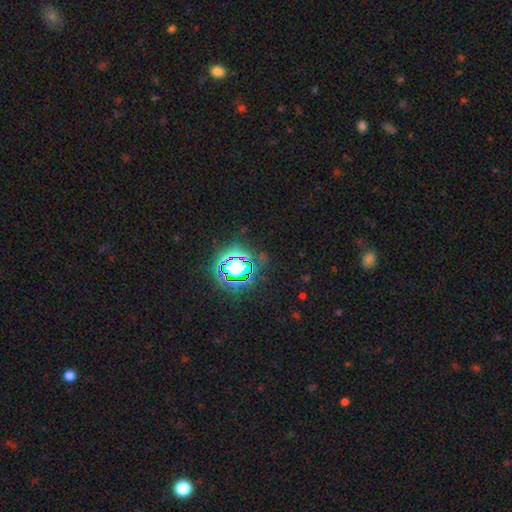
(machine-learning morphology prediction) A star or artifact, not a galaxy (80%).

Vote fractions:
- Smooth or featured? star or artifact: 80% / smooth: 13% / featured or disk: 7%